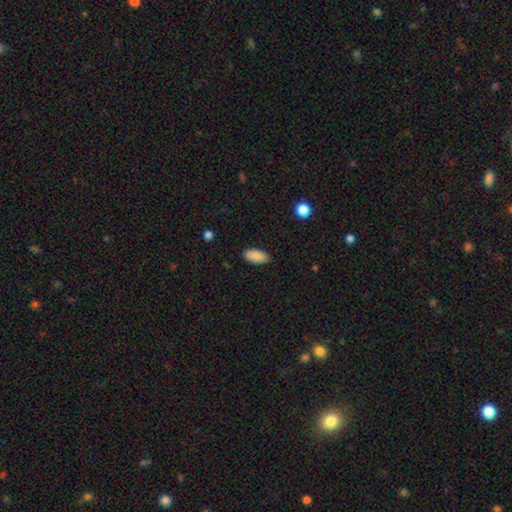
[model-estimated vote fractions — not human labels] Smooth or featured?
  - smooth: 89% *
  - star or artifact: 7%
  - featured or disk: 5%
How rounded?
  - in between: 91% *
  - cigar-shaped: 7%
  - round: 2%
Merging?
  - none: 86% *
  - minor disturbance: 11%
  - major disturbance: 2%
  - merger: 1%